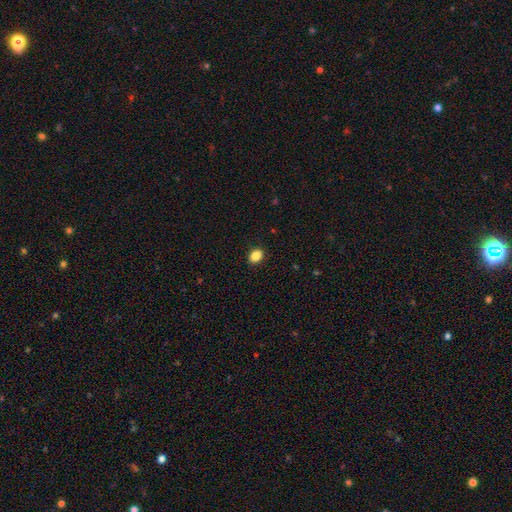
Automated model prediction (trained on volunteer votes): A smooth galaxy with no disk features (87%) that is in between round and cigar-shaped (67%). Merging: none (90%).